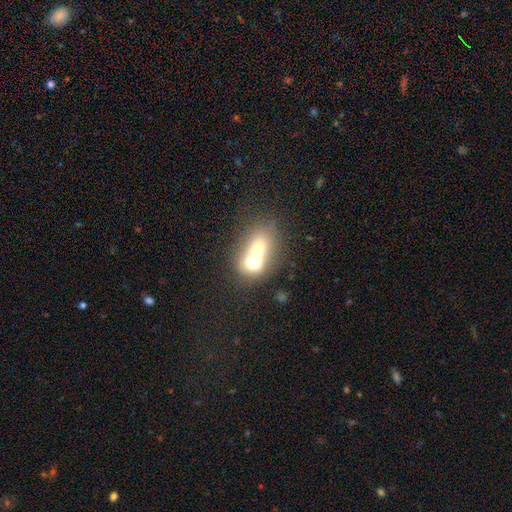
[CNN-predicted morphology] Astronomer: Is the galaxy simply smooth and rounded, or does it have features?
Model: smooth — 63%.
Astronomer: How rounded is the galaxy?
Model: in between — 51% (runner-up: round, 47%).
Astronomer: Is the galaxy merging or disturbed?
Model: merger — 76%.